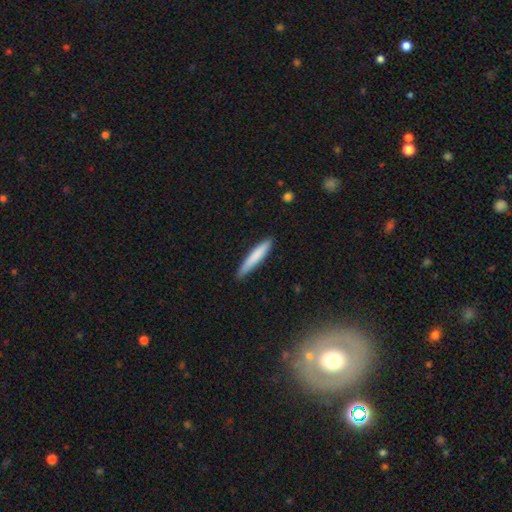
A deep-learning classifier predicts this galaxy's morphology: Smooth or featured?
  - smooth: 79% *
  - featured or disk: 16%
  - star or artifact: 5%
How rounded?
  - cigar-shaped: 92% *
  - in between: 7%
  - round: 1%
Merging?
  - none: 85% *
  - minor disturbance: 12%
  - major disturbance: 2%
  - merger: 1%